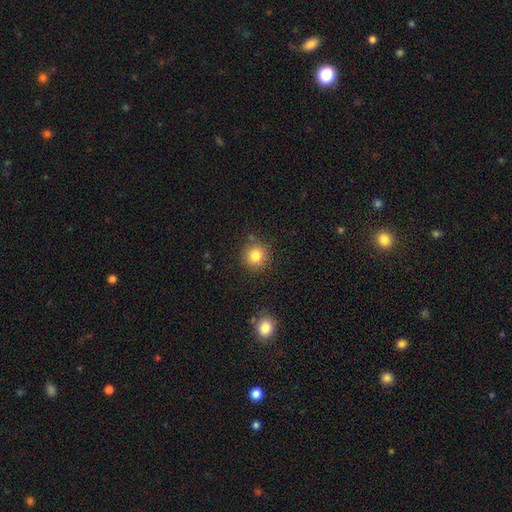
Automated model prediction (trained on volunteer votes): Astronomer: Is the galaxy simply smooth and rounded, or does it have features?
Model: smooth — 83%.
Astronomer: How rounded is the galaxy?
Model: round — 93%.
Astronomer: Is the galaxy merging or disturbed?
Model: none — 85%.